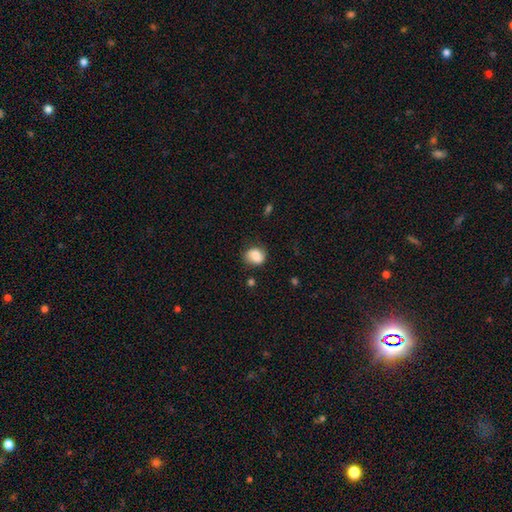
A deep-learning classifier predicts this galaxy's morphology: smooth 79%, featured or disk 12%, star or artifact 9%. Down the decision tree: how rounded — round (57%); merging — none (68%).